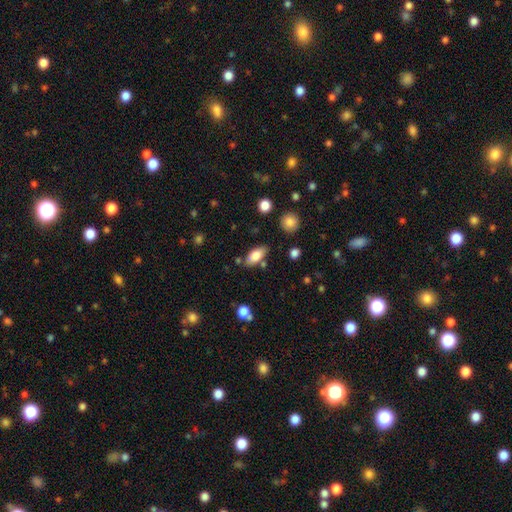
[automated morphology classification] Smooth or featured?
  - smooth: 79% *
  - featured or disk: 14%
  - star or artifact: 7%
How rounded?
  - in between: 87% *
  - cigar-shaped: 10%
  - round: 3%
Merging?
  - none: 77% *
  - minor disturbance: 14%
  - merger: 6%
  - major disturbance: 3%